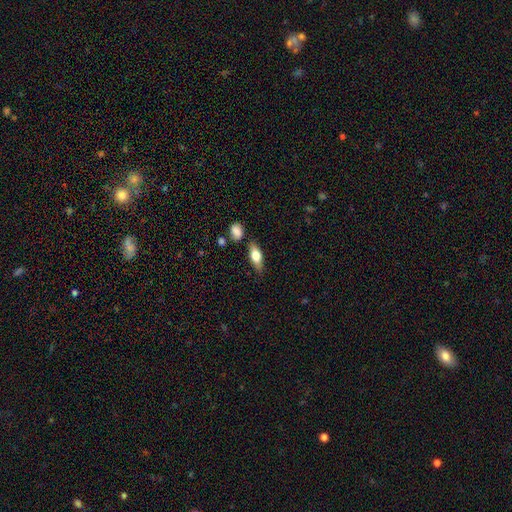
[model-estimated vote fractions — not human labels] Smooth or featured? smooth (64%)
How rounded? in between (71%)
Merging? none (75%)